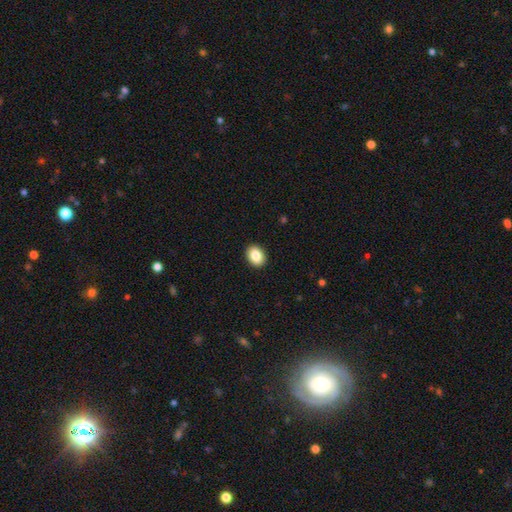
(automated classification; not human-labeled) The model was most divided on "how rounded": in between: 61%, round: 38%, cigar-shaped: 1%. More confident: merging — none (92%); smooth or featured — smooth (85%).